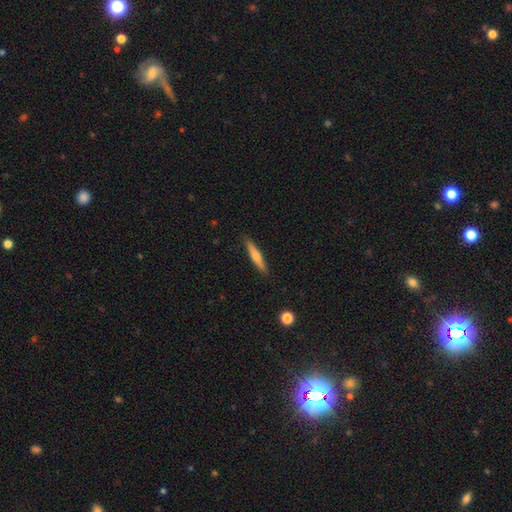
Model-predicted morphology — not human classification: This appears to be a smooth galaxy with no disk features (50%) that is cigar-shaped (90%). Merging: none (90%).